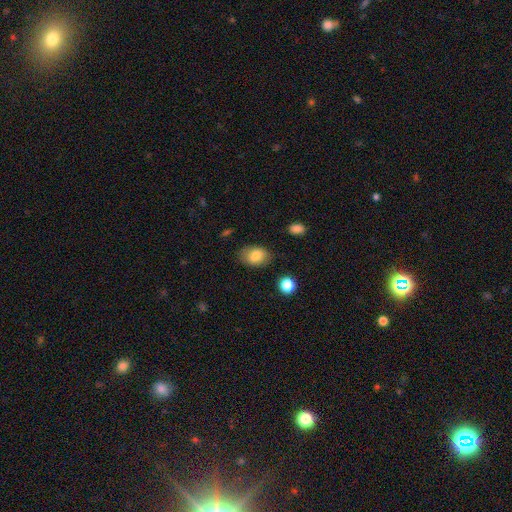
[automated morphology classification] Q: Smooth or featured?
A: smooth (80%); runner-up: featured or disk (11%)
Q: How rounded?
A: in between (81%); runner-up: round (18%)
Q: Merging?
A: none (80%); runner-up: minor disturbance (15%)